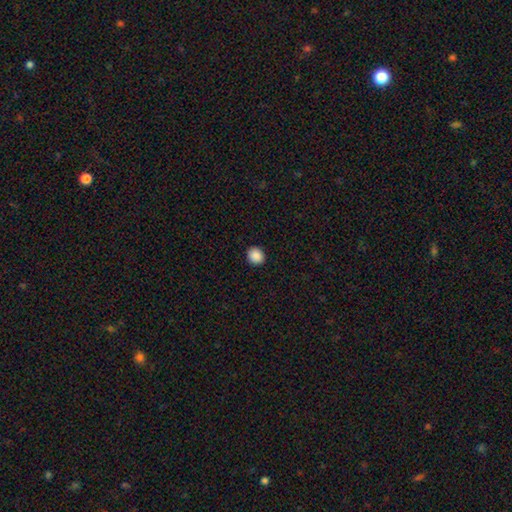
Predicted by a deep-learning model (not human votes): Smooth or featured: smooth — 89% (star or artifact — 9%)
How rounded: round — 83% (in between — 17%)
Merging: none — 92% (minor disturbance — 5%)